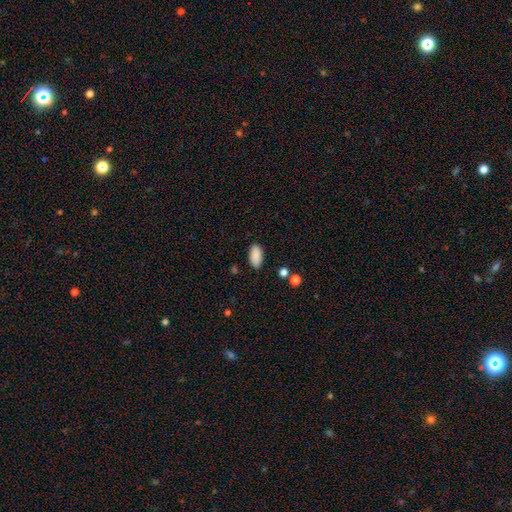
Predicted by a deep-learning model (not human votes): The model was most divided on "merging": none: 86%, minor disturbance: 10%, major disturbance: 2%, merger: 2%. More confident: how rounded — in between (91%); smooth or featured — smooth (89%).